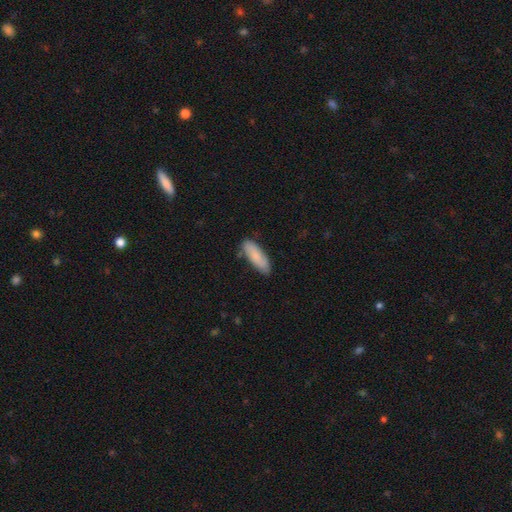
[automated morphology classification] This is clearly a smooth galaxy (82%). How rounded: likely in between (60%). Merging: likely none (77%).